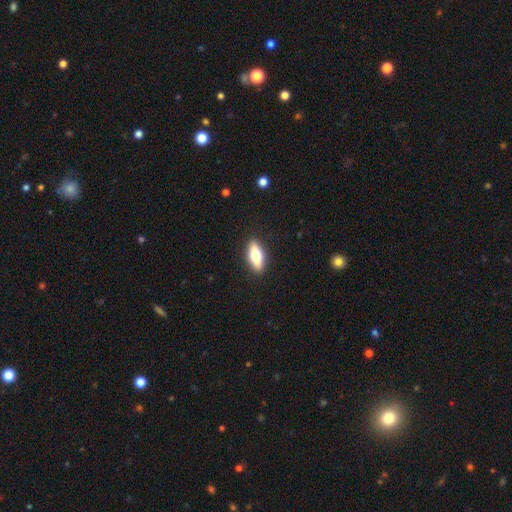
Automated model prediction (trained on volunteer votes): A smooth galaxy with no disk features (64%) that is in between round and cigar-shaped (70%). Merging: none (89%).